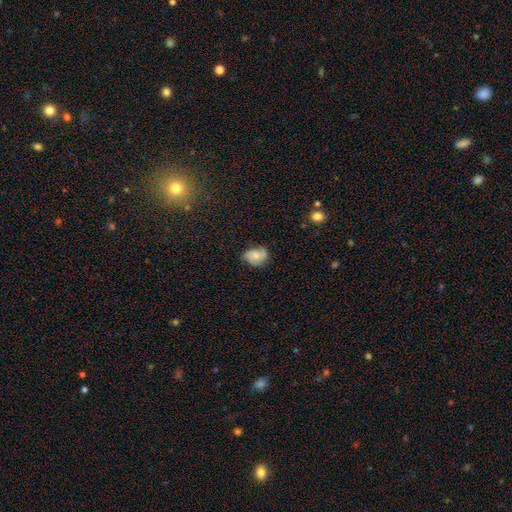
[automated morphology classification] A smooth galaxy with no disk features (53%) that is in between round and cigar-shaped (52%).

Vote fractions:
- Smooth or featured? smooth: 53% / featured or disk: 38% / star or artifact: 9%
- How rounded? in between: 52% / round: 47% / cigar-shaped: 1%
- Merging? none: 59% / minor disturbance: 31% / major disturbance: 9% / merger: 2%